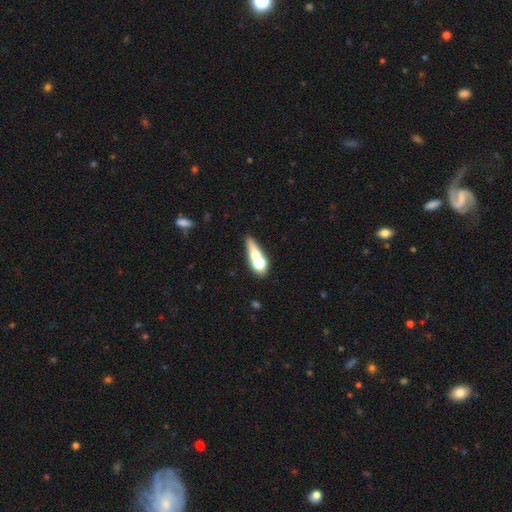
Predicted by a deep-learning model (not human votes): This appears to be a smooth galaxy with no disk features (56%) that is in between round and cigar-shaped (42%). Merging: merger (42%).